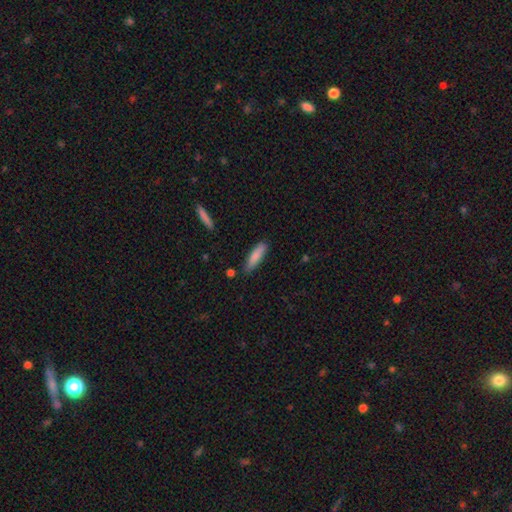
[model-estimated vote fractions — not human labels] A smooth galaxy with no disk features (84%) that is cigar-shaped (67%).

Vote fractions:
- Smooth or featured? smooth: 84% / featured or disk: 10% / star or artifact: 6%
- How rounded? cigar-shaped: 67% / in between: 32% / round: 1%
- Merging? none: 80% / minor disturbance: 15% / major disturbance: 2% / merger: 2%